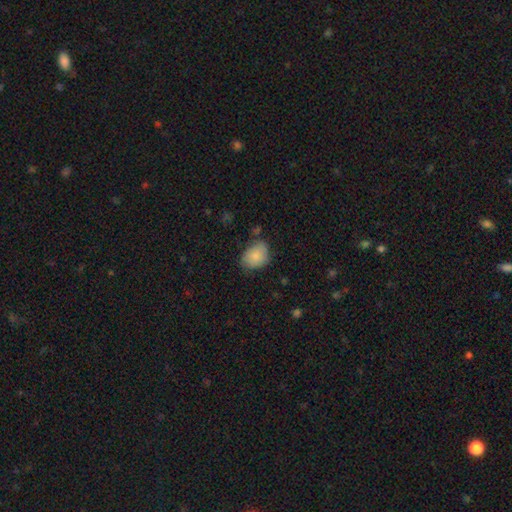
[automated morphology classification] smooth 83%, featured or disk 10%, star or artifact 8%. Down the decision tree: how rounded — in between (67%); merging — none (62%).